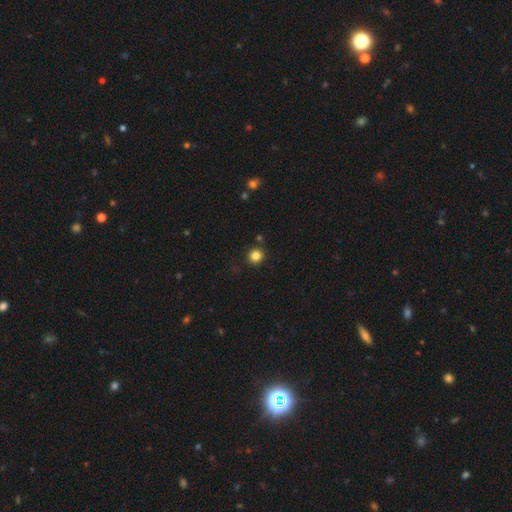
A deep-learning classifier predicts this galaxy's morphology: A smooth galaxy with no disk features (83%) that is round (90%). Merging: none (88%).